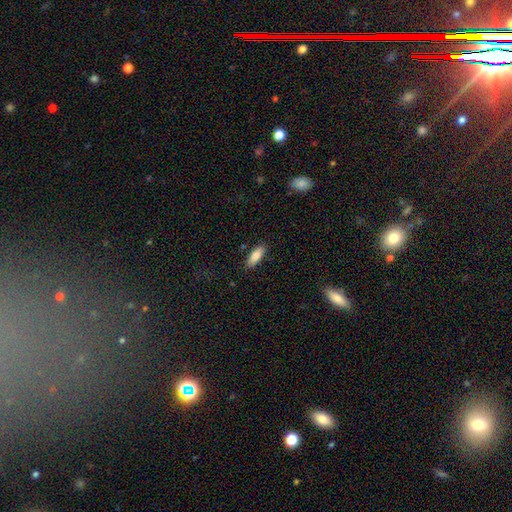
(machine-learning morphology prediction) The model was most divided on "how rounded": in between: 64%, cigar-shaped: 34%, round: 2%. More confident: merging — none (86%); smooth or featured — smooth (84%).